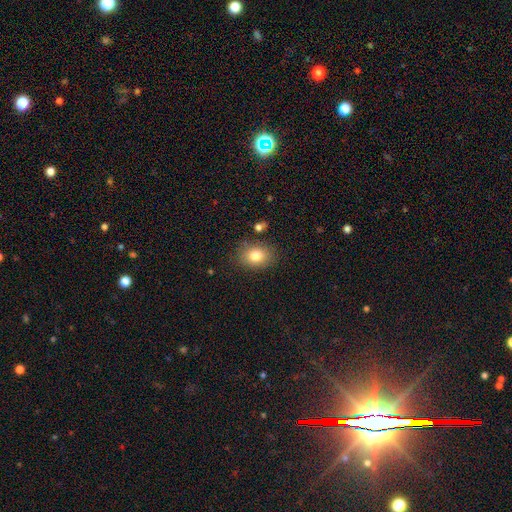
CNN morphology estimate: smooth-or-featured: smooth: 81% | star or artifact: 10% | featured or disk: 9%
  how-rounded: in between: 66% | round: 33% | cigar-shaped: 1%
  merging: none: 83% | minor disturbance: 11% | major disturbance: 3% | merger: 3%